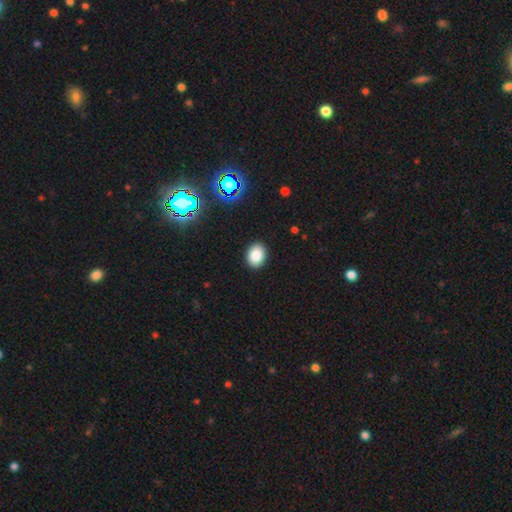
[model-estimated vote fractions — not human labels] Morphology: type=smooth (86%); roundness=in between (65%); merging=none (90%).